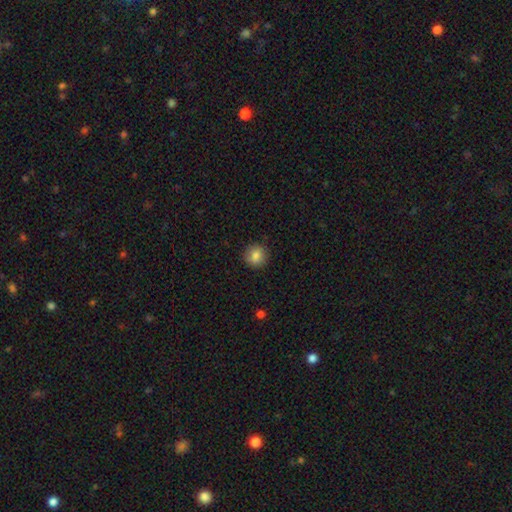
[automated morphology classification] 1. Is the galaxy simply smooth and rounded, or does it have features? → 83% smooth, 9% star or artifact, 8% featured or disk.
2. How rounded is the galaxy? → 91% round, 8% in between, 1% cigar-shaped.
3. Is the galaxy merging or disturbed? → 90% none, 7% minor disturbance, 2% major disturbance, 1% merger.